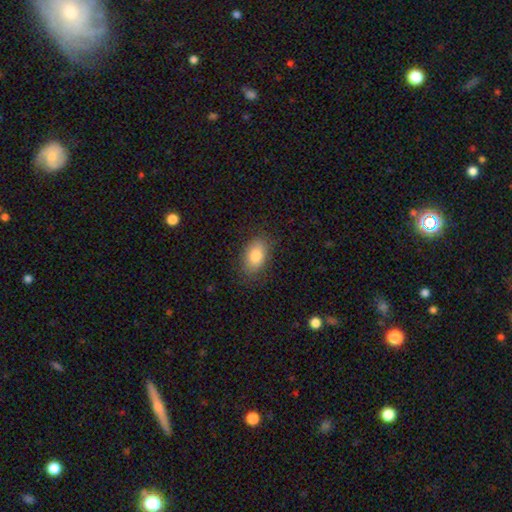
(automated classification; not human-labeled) smooth_or_featured: smooth (p=0.84) [alt: featured or disk p=0.09]
how_rounded: in between (p=0.90) [alt: round p=0.08]
merging: none (p=0.82) [alt: minor disturbance p=0.14]